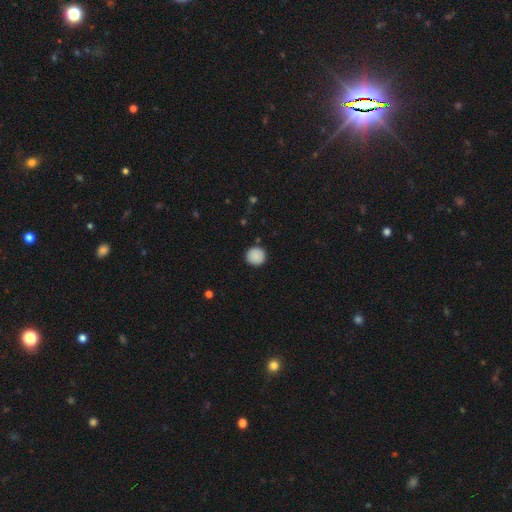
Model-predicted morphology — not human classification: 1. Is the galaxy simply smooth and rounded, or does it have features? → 89% smooth, 8% star or artifact, 3% featured or disk.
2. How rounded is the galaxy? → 95% round, 4% in between, 1% cigar-shaped.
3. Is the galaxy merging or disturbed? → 90% none, 7% minor disturbance, 2% major disturbance, 1% merger.